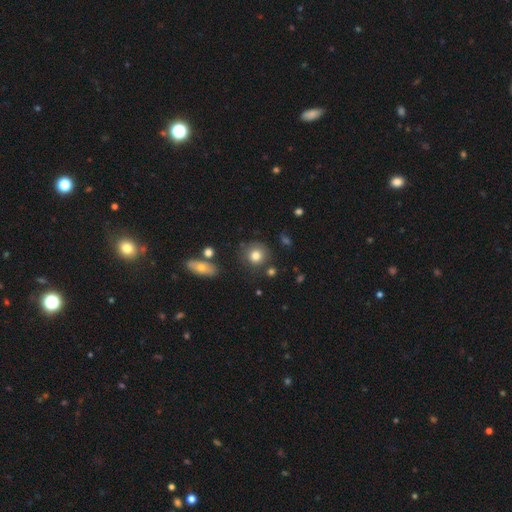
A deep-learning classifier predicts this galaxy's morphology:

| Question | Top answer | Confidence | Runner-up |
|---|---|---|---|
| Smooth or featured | smooth | 80% | star or artifact (11%) |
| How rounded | round | 88% | in between (11%) |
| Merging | none | 79% | minor disturbance (12%) |